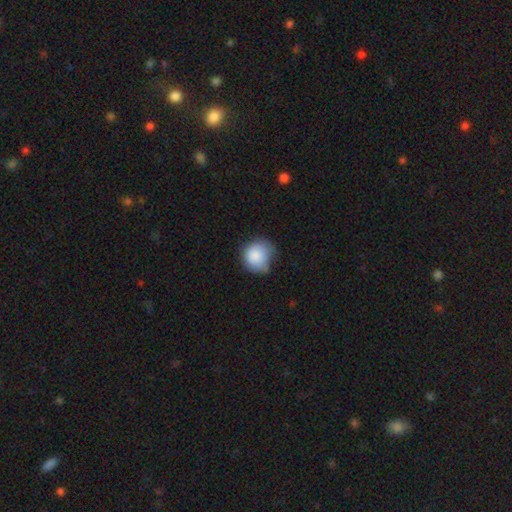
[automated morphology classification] Smooth or featured? Predicted: smooth (p=0.85). How rounded? Predicted: round (p=0.82). Merging? Predicted: none (p=0.48).